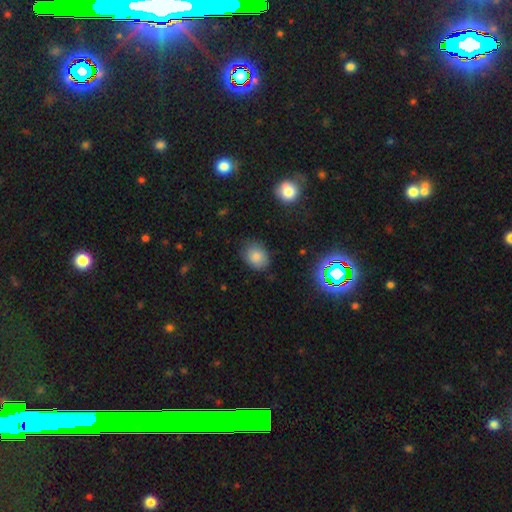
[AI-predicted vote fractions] This is clearly a smooth galaxy (82%). How rounded: possibly in between (54%). Merging: likely none (78%).